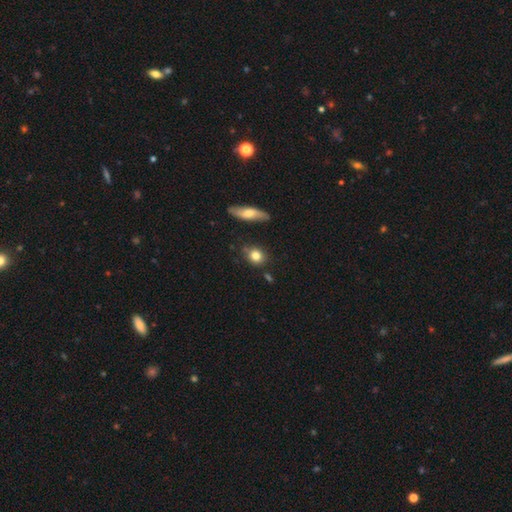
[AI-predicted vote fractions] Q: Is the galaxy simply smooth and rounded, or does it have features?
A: smooth — 82%.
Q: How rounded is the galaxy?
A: round — 70%.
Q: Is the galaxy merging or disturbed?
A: none — 78%.